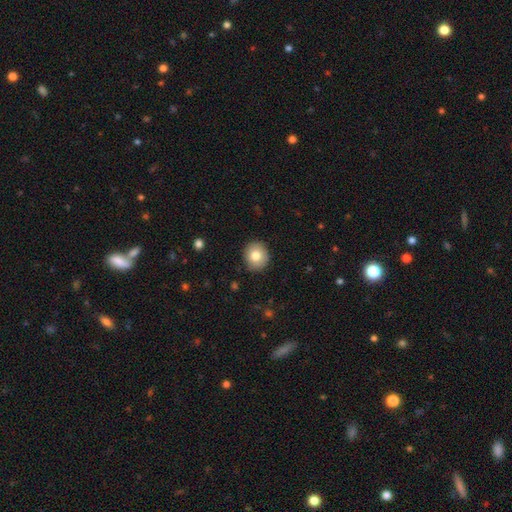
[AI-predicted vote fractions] Smooth or featured? smooth (80%)
How rounded? round (81%)
Merging? none (90%)